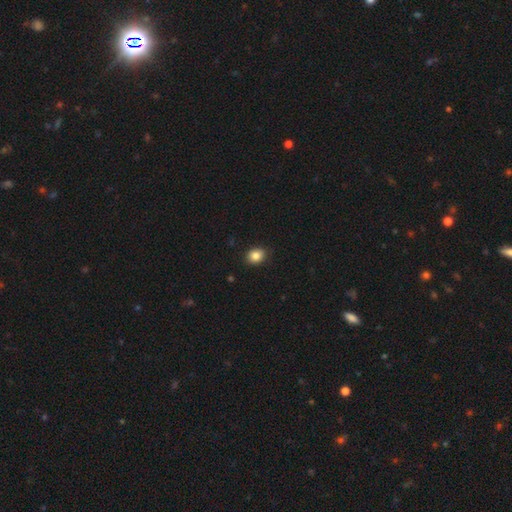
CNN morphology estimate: smooth_or_featured: smooth (p=0.86) [alt: star or artifact p=0.10]
how_rounded: round (p=0.57) [alt: in between p=0.42]
merging: none (p=0.87) [alt: minor disturbance p=0.10]